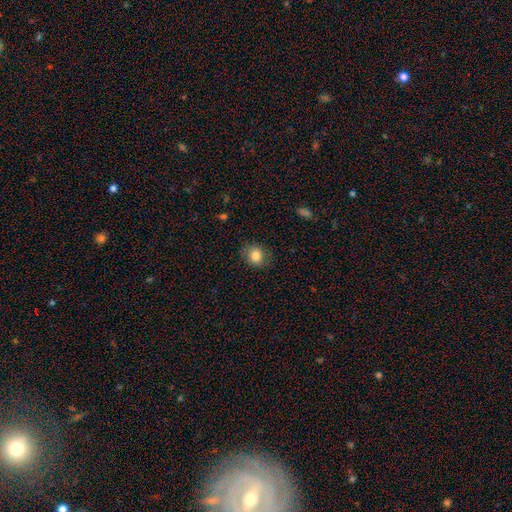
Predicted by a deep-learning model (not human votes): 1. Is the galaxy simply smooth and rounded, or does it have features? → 83% smooth, 10% star or artifact, 7% featured or disk.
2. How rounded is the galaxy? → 67% round, 32% in between, 1% cigar-shaped.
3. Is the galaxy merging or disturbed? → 83% none, 13% minor disturbance, 3% major disturbance, 1% merger.